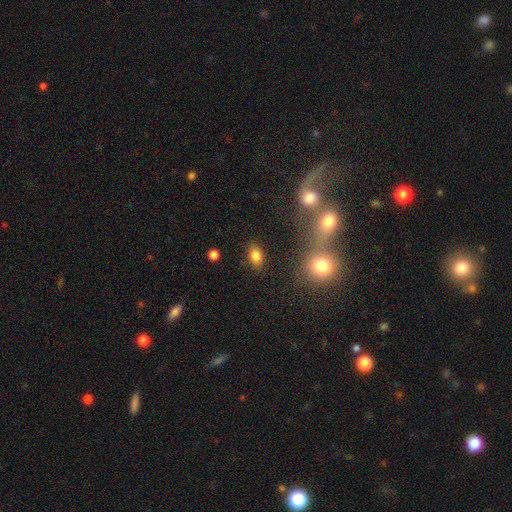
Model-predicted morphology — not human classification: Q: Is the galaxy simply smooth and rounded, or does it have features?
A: smooth — 82%.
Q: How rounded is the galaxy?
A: in between — 79%.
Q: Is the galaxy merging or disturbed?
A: none — 83%.